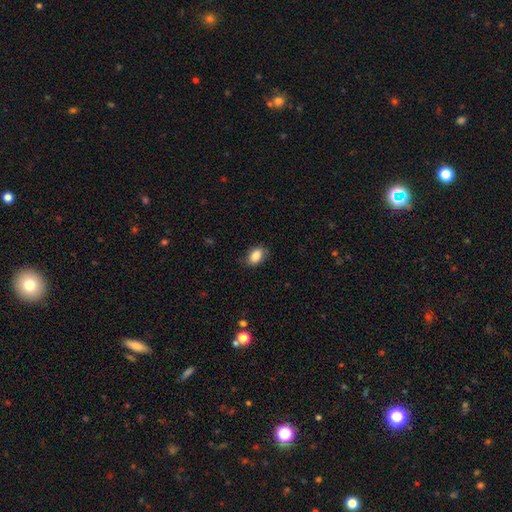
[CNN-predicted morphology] Smooth or featured?
  - smooth: 86% *
  - star or artifact: 8%
  - featured or disk: 6%
How rounded?
  - in between: 85% *
  - round: 13%
  - cigar-shaped: 2%
Merging?
  - none: 78% *
  - minor disturbance: 17%
  - major disturbance: 4%
  - merger: 1%